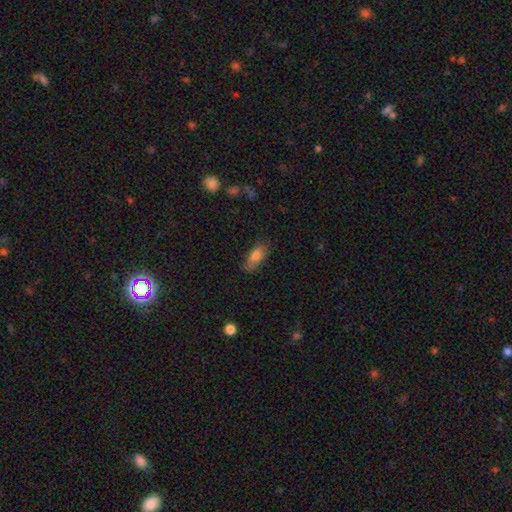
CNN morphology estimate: type=smooth (78%); roundness=in between (84%); merging=none (68%).